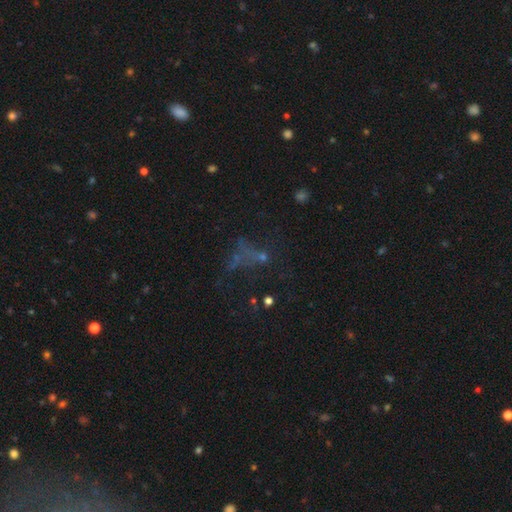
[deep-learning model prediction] smooth_or_featured: star or artifact (p=0.44) [alt: smooth p=0.29]